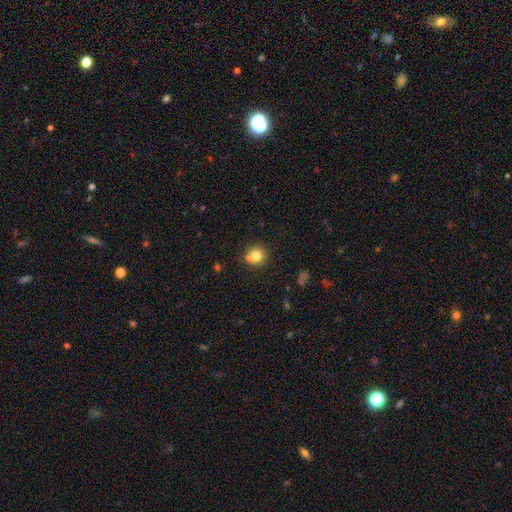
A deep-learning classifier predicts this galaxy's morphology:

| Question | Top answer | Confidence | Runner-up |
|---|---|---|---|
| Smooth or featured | smooth | 79% | star or artifact (12%) |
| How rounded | round | 87% | in between (12%) |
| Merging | none | 72% | minor disturbance (16%) |